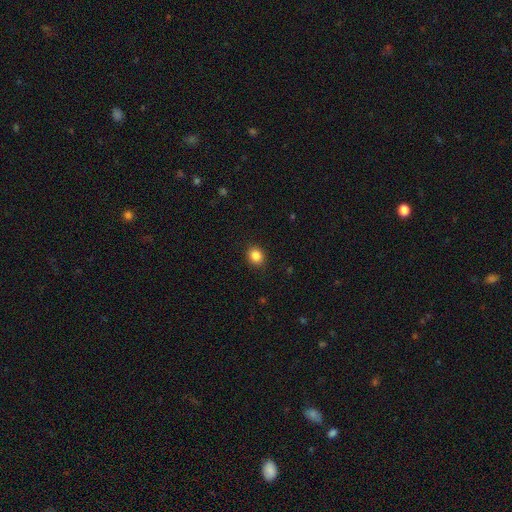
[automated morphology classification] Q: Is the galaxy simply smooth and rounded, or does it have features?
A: smooth — 86%.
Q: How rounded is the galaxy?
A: round — 66%.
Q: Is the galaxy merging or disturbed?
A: none — 90%.